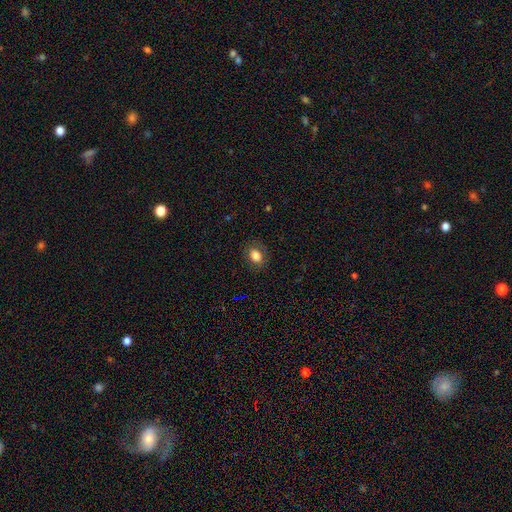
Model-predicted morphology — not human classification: type=smooth (81%); roundness=in between (62%); merging=none (83%).